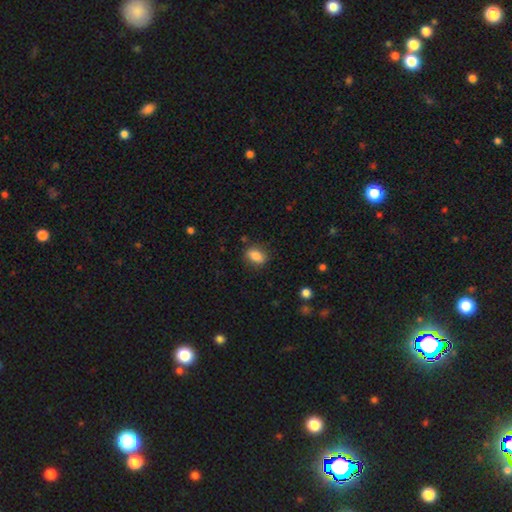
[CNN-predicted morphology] smooth_or_featured: smooth (p=0.82) [alt: featured or disk p=0.10]
how_rounded: in between (p=0.80) [alt: round p=0.15]
merging: none (p=0.82) [alt: minor disturbance p=0.13]